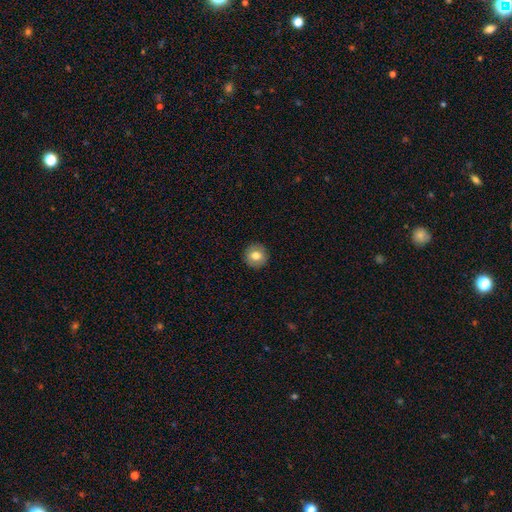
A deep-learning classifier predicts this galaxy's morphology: A smooth galaxy with no disk features (78%) that is round (95%). Merging: none (92%).